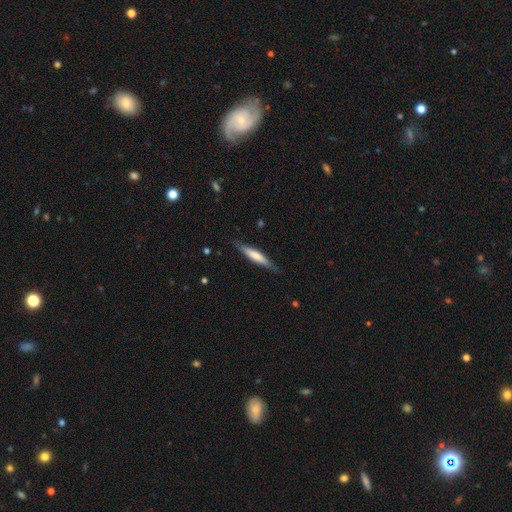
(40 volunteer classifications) smooth 55%, featured or disk 42%, star or artifact 2%. Down the decision tree: how rounded — cigar-shaped (91%); merging — none (85%).